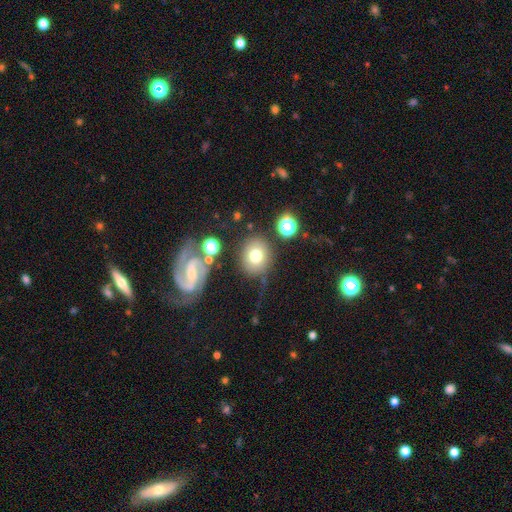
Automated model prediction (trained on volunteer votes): smooth_or_featured: smooth (p=0.69) [alt: featured or disk p=0.20]
how_rounded: round (p=0.76) [alt: in between p=0.23]
merging: none (p=0.71) [alt: minor disturbance p=0.14]